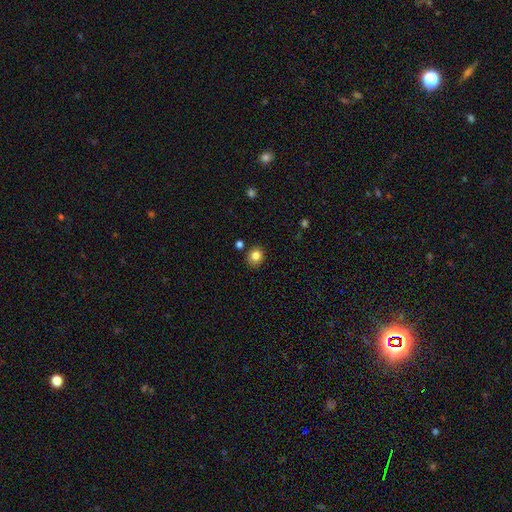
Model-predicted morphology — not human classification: smooth 83%, star or artifact 11%, featured or disk 6%. Down the decision tree: how rounded — round (73%); merging — none (85%).